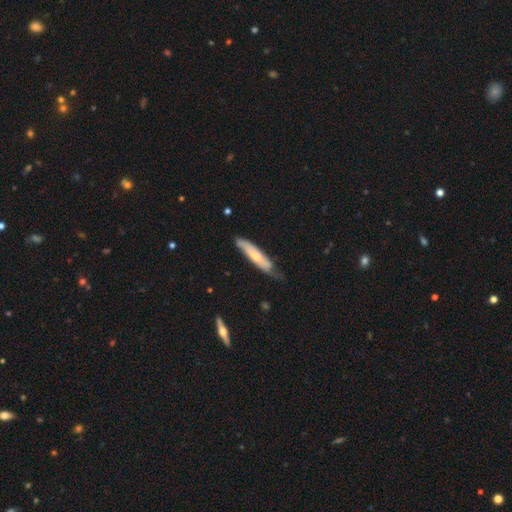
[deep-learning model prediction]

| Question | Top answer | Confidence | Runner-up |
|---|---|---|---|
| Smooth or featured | smooth | 52% | featured or disk (43%) |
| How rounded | cigar-shaped | 79% | in between (20%) |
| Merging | none | 55% | minor disturbance (34%) |